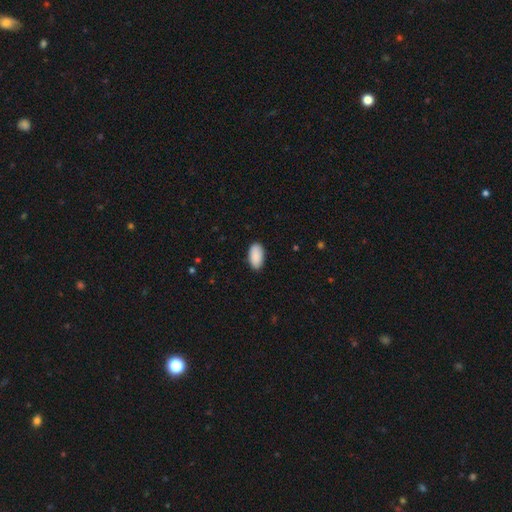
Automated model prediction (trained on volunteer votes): Smooth or featured?
  - smooth: 91% *
  - star or artifact: 6%
  - featured or disk: 3%
How rounded?
  - in between: 95% *
  - cigar-shaped: 2%
  - round: 2%
Merging?
  - none: 87% *
  - minor disturbance: 10%
  - major disturbance: 2%
  - merger: 1%